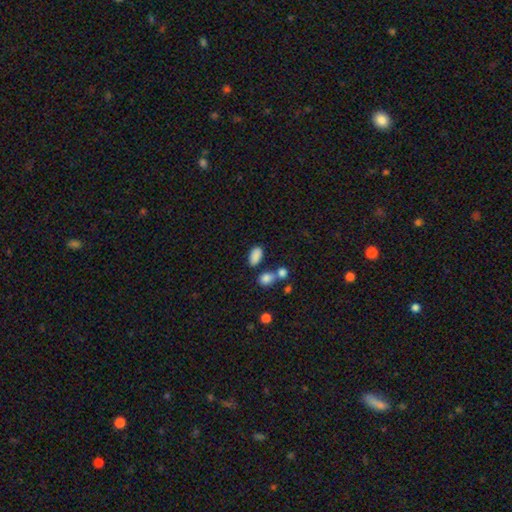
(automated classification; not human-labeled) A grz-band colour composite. It shows a smooth galaxy with no disk features (86%) that is in between round and cigar-shaped (92%). Merging: none (65%).